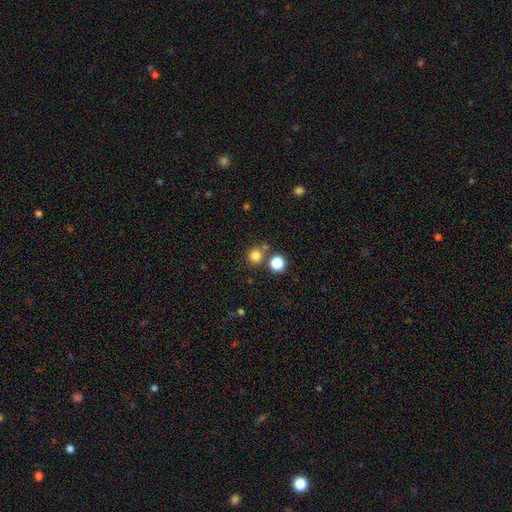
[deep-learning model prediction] Q: Smooth or featured?
A: smooth (80%); runner-up: star or artifact (15%)
Q: How rounded?
A: round (93%); runner-up: in between (6%)
Q: Merging?
A: none (75%); runner-up: merger (15%)